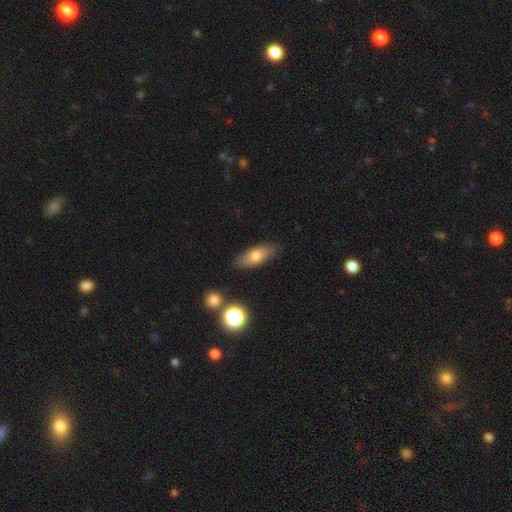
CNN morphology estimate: This is likely a smooth galaxy (71%). How rounded: likely in between (78%). Merging: clearly none (81%).